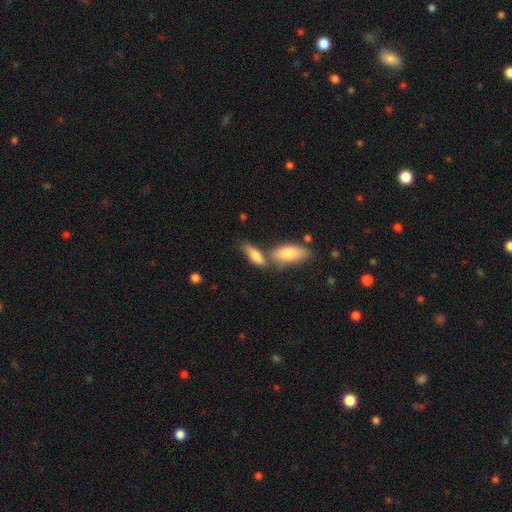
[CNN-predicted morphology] Smooth or featured? smooth (80%)
How rounded? in between (69%)
Merging? merger (43%)